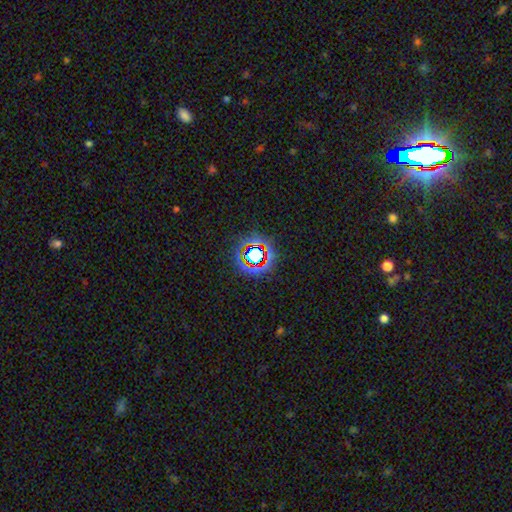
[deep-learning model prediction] Morphology: type=star or artifact (64%).